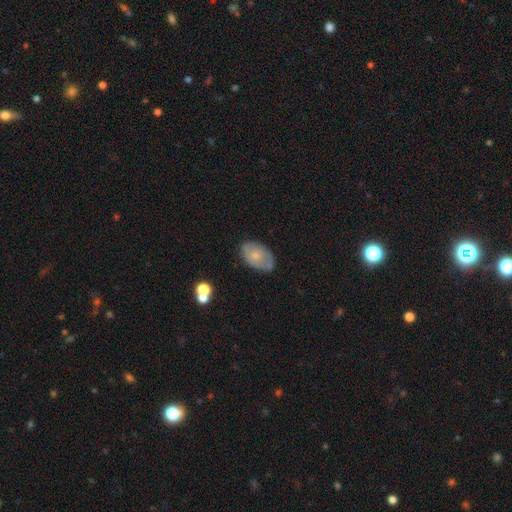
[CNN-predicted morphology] Smooth or featured? smooth (56%)
How rounded? in between (89%)
Merging? none (70%)